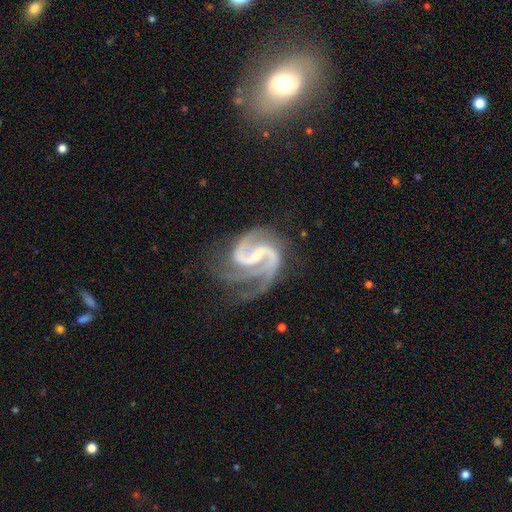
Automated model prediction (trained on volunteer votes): Smooth or featured? Predicted: featured or disk (p=0.94). Edge-on disk? Predicted: no (p=0.99). Bar? Predicted: weak (p=0.47). Spiral arms? Predicted: yes (p=0.99). Spiral winding? Predicted: medium (p=0.63). Spiral arm count? Predicted: 2 (p=0.67). Bulge size? Predicted: small (p=0.59). Merging? Predicted: none (p=0.56).